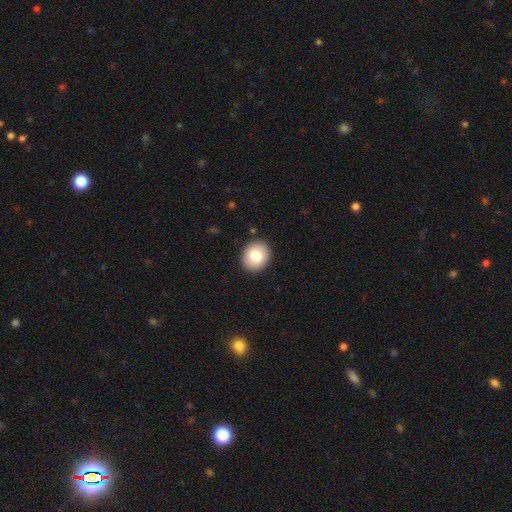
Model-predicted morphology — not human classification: type=smooth (80%); roundness=round (70%); merging=none (91%).